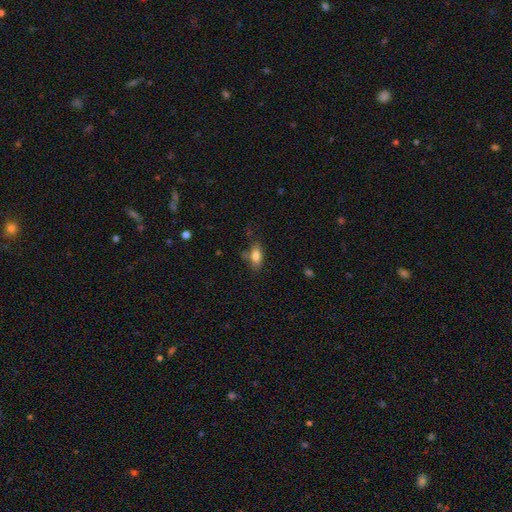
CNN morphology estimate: A smooth galaxy with no disk features (81%) that is in between round and cigar-shaped (84%).

Vote fractions:
- Smooth or featured? smooth: 81% / featured or disk: 11% / star or artifact: 9%
- How rounded? in between: 84% / cigar-shaped: 11% / round: 5%
- Merging? none: 68% / minor disturbance: 21% / major disturbance: 6% / merger: 6%